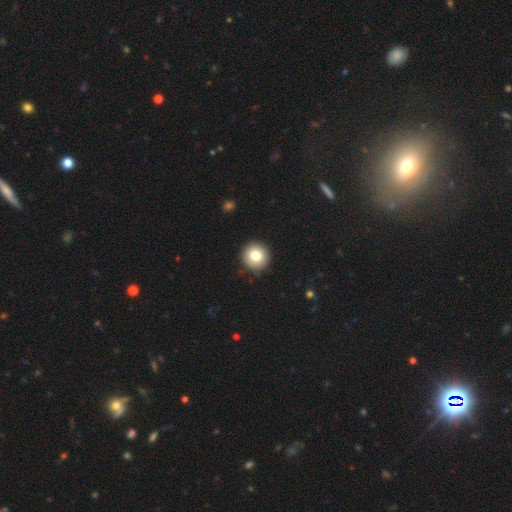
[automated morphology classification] smooth_or_featured: smooth (p=0.80) [alt: featured or disk p=0.11]
how_rounded: round (p=0.95) [alt: in between p=0.04]
merging: none (p=0.92) [alt: minor disturbance p=0.05]